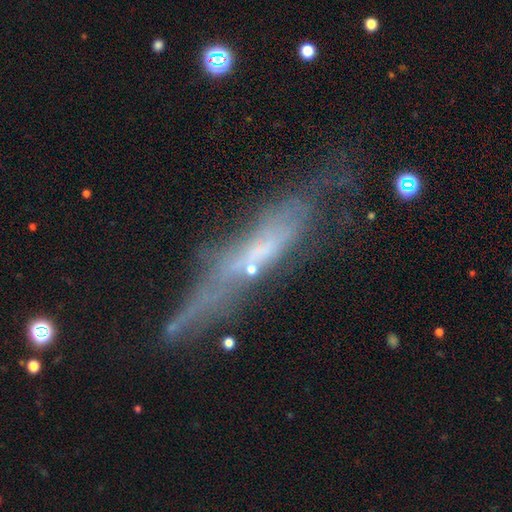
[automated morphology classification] A featured or disk galaxy (58%) viewed edge-on (69%). Merging: none (50%).